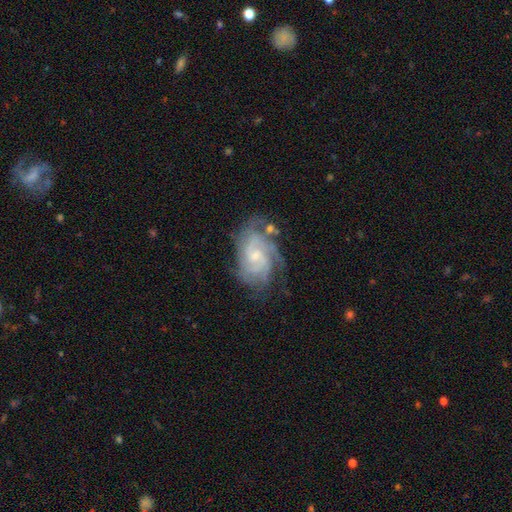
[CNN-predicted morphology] This appears to be a featured or disk galaxy (85%) with no bar (57%), tight (59%) spiral arms (96%) and a small central bulge (55%). Merging: none (63%).